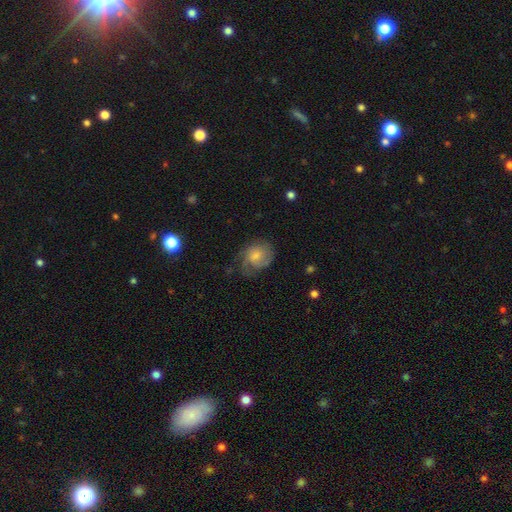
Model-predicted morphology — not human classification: This appears to be a featured or disk galaxy (53%) with no bar (71%), spiral arms (87%) and a small central bulge (45%). Merging: none (59%).